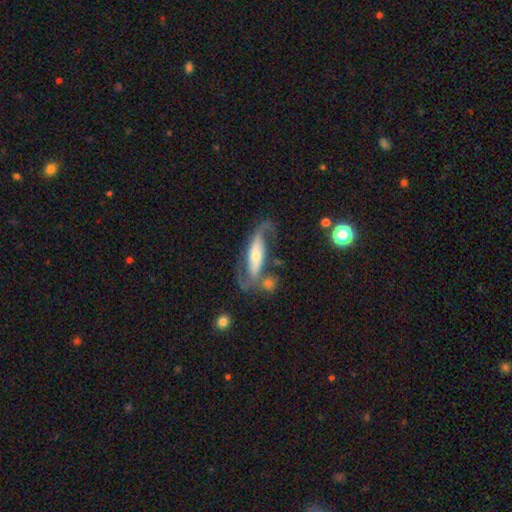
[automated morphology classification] Q: Smooth or featured?
A: featured or disk (78%); runner-up: smooth (16%)
Q: Edge-on disk?
A: no (84%); runner-up: yes (16%)
Q: Bar?
A: no (38%); runner-up: strong (36%)
Q: Spiral arms?
A: yes (90%); runner-up: no (10%)
Q: Spiral winding?
A: loose (54%); runner-up: medium (33%)
Q: Spiral arm count?
A: 2 (83%); runner-up: 1 (9%)
Q: Bulge size?
A: small (50%); runner-up: moderate (37%)
Q: Merging?
A: none (52%); runner-up: major disturbance (18%)